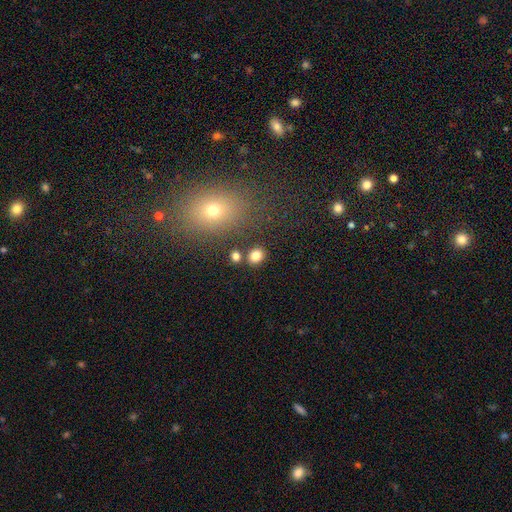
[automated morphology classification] The model was most divided on "how rounded": round: 61%, in between: 38%, cigar-shaped: 1%. More confident: smooth or featured — smooth (81%); merging — none (80%).